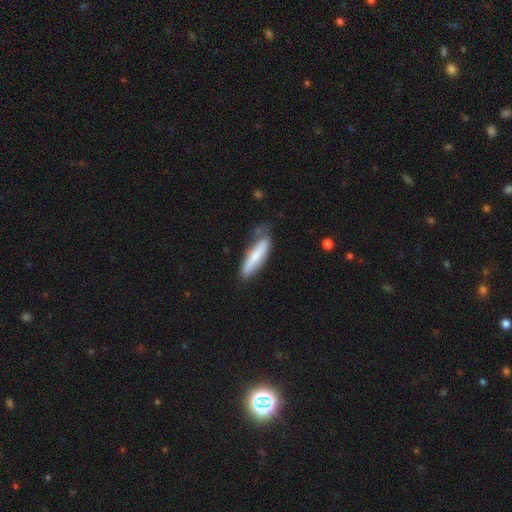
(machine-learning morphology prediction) Smooth or featured? smooth (72%)
How rounded? cigar-shaped (77%)
Merging? none (66%)